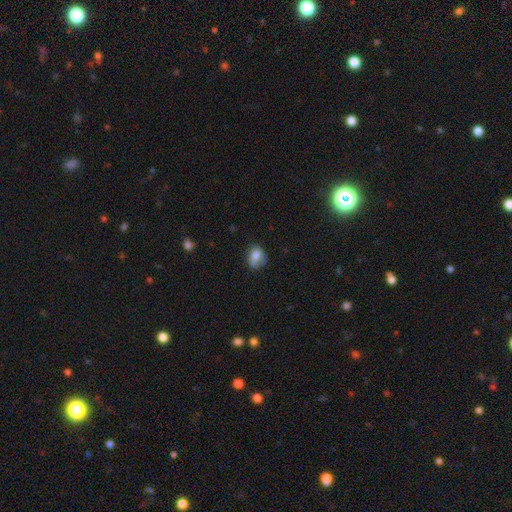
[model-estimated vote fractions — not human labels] This appears to be a smooth galaxy with no disk features (77%) that is in between round and cigar-shaped (63%). Merging: none (59%).